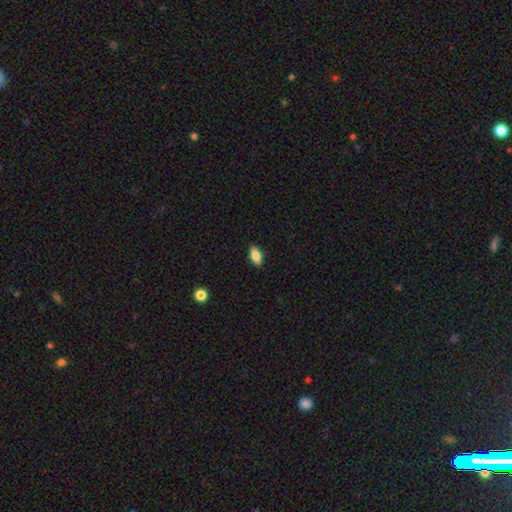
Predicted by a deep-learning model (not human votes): A smooth galaxy with no disk features (81%) that is in between round and cigar-shaped (89%). Merging: none (88%).